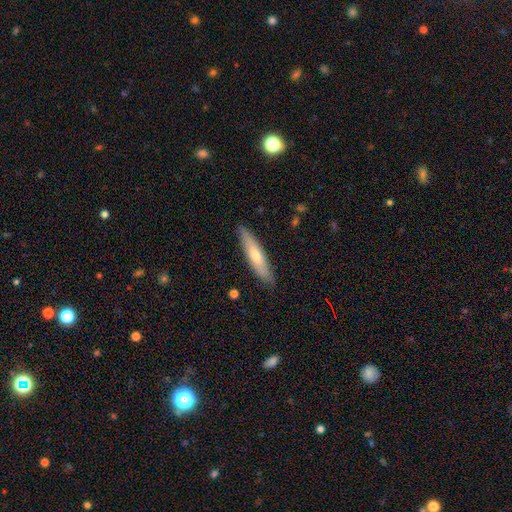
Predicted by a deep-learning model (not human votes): This appears to be a smooth galaxy with no disk features (59%) that is cigar-shaped (83%). Merging: none (86%).